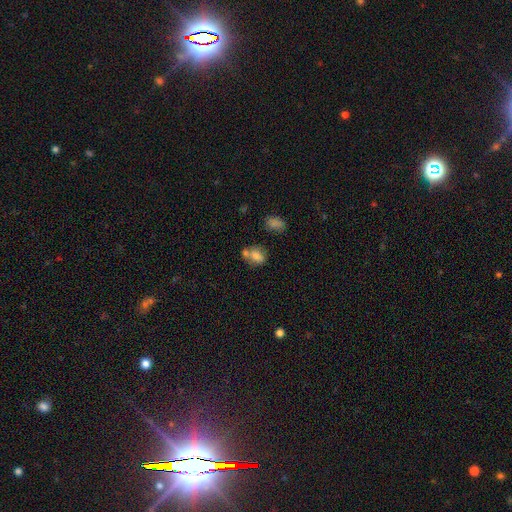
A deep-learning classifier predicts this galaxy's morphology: Smooth or featured?
  - smooth: 76% *
  - featured or disk: 14%
  - star or artifact: 11%
How rounded?
  - in between: 61% *
  - round: 38%
  - cigar-shaped: 2%
Merging?
  - none: 42% *
  - merger: 39%
  - minor disturbance: 15%
  - major disturbance: 5%